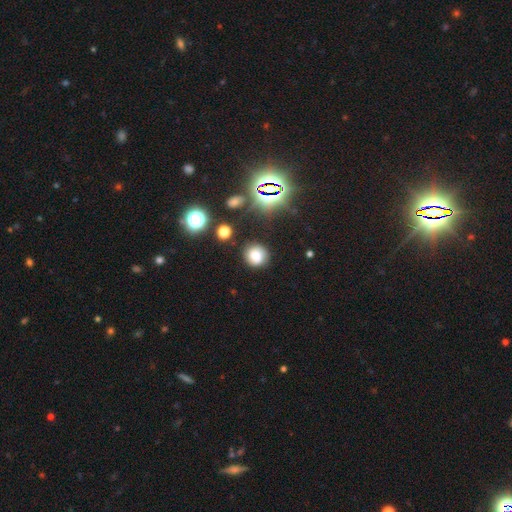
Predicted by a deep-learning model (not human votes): Smooth or featured? Predicted: smooth (p=0.67). How rounded? Predicted: round (p=0.87). Merging? Predicted: none (p=0.83).